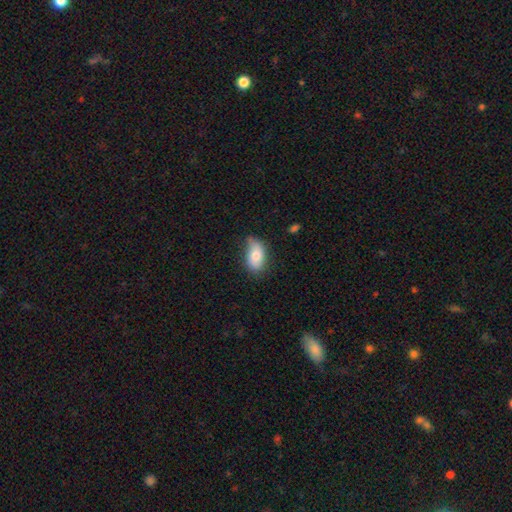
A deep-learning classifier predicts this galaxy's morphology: smooth_or_featured: smooth (p=0.79) [alt: featured or disk p=0.15]
how_rounded: in between (p=0.92) [alt: round p=0.06]
merging: none (p=0.62) [alt: minor disturbance p=0.30]